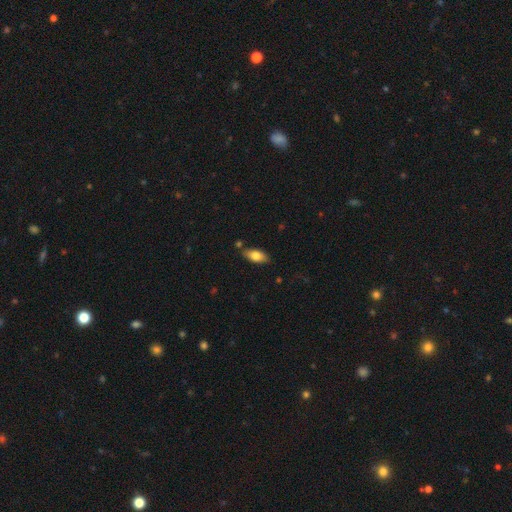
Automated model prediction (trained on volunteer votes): Morphology: type=smooth (78%); roundness=in between (88%); merging=none (79%).